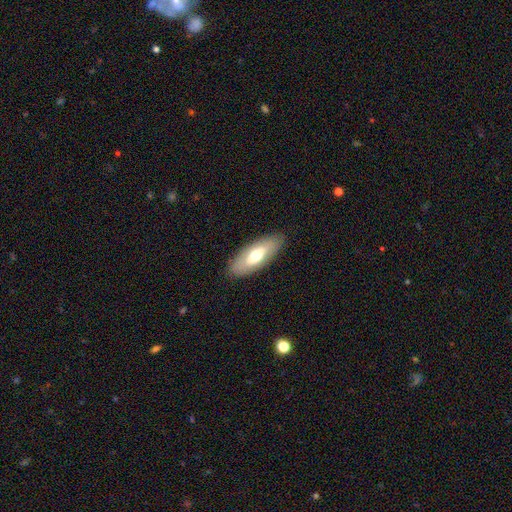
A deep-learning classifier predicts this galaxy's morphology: A smooth galaxy with no disk features (58%) that is in between round and cigar-shaped (73%). Merging: none (87%).